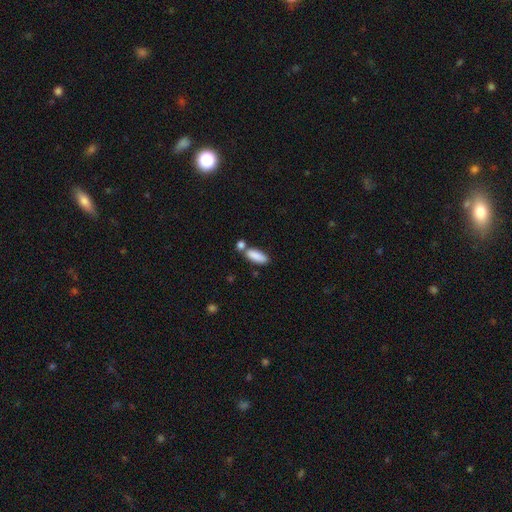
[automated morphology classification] Smooth or featured? Predicted: smooth (p=0.87). How rounded? Predicted: in between (p=0.78). Merging? Predicted: none (p=0.55).